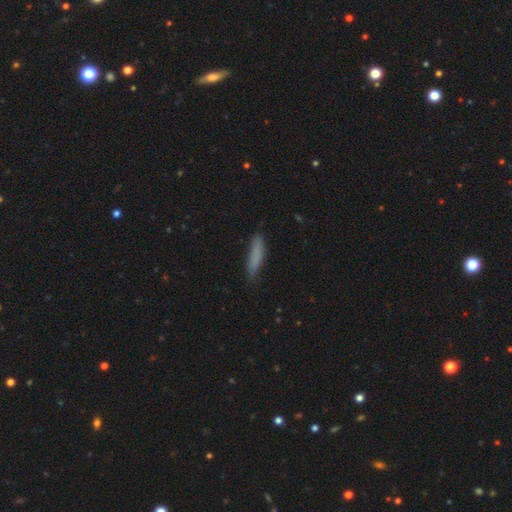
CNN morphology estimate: This is likely a smooth galaxy (80%). How rounded: clearly cigar-shaped (83%). Merging: likely none (77%).